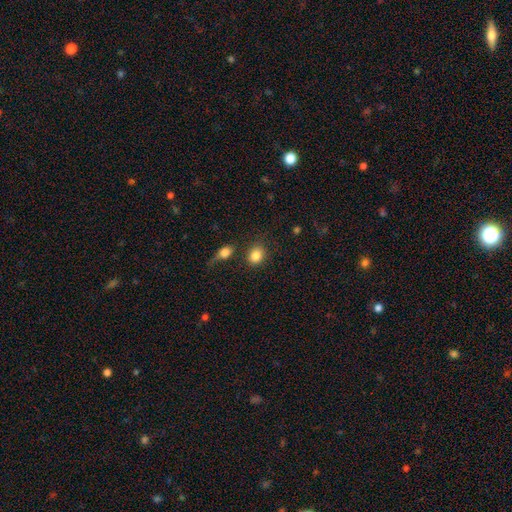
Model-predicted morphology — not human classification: Overall: smooth (85%). How rounded: round (56%; in between 43%). Merging: none (73%).